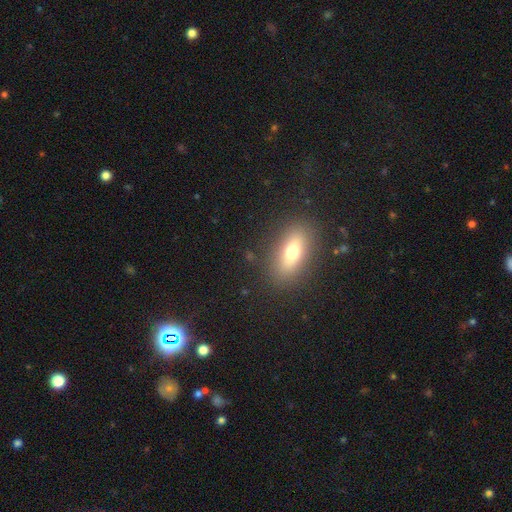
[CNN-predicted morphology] The model was most divided on "smooth or featured": smooth: 62%, featured or disk: 23%, star or artifact: 15%. More confident: merging — none (86%); how rounded — in between (70%).